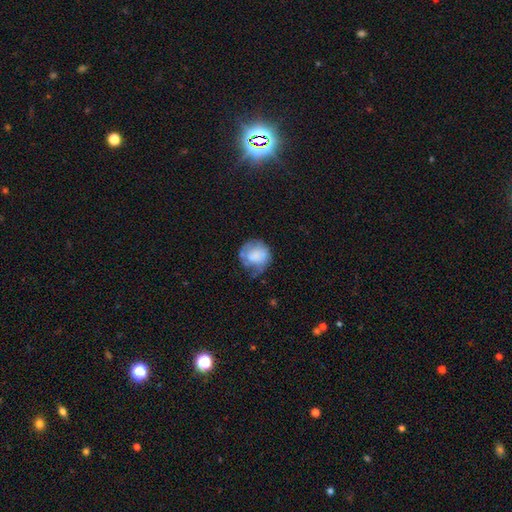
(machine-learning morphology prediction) This is possibly a smooth galaxy (59%). How rounded: clearly round (82%). Merging: marginally none (44%).